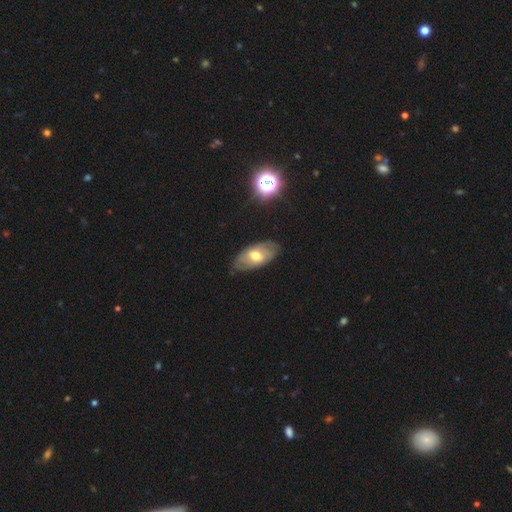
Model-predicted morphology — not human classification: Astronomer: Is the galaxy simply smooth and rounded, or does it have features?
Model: featured or disk — 47% (runner-up: smooth, 45%).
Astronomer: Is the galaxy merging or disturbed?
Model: none — 75%.